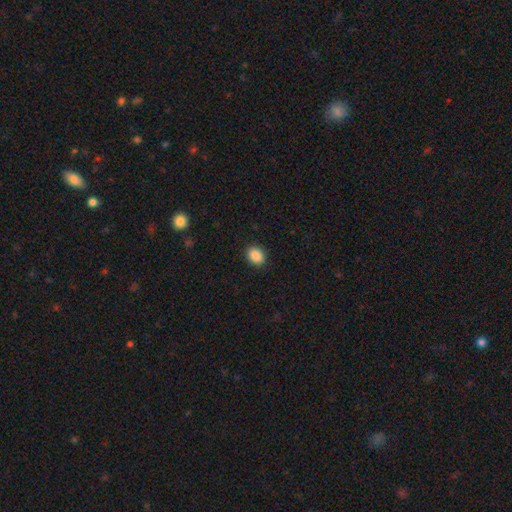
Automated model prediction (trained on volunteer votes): smooth-or-featured: smooth: 89% | star or artifact: 8% | featured or disk: 3%
  how-rounded: in between: 63% | round: 36% | cigar-shaped: 1%
  merging: none: 90% | minor disturbance: 7% | major disturbance: 2% | merger: 1%